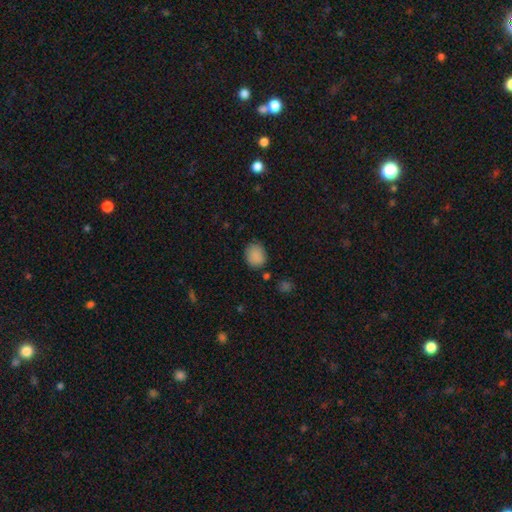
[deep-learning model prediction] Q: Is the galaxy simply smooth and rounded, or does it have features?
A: smooth — 87%.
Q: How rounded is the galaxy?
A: round — 64%.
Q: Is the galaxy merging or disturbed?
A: none — 79%.